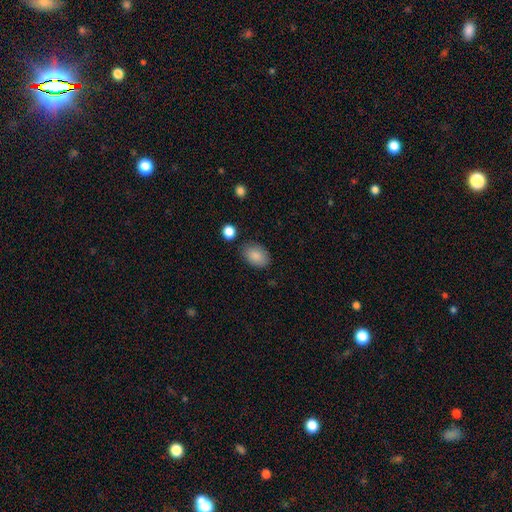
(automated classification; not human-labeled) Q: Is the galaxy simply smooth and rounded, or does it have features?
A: smooth — 87%.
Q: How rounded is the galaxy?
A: in between — 85%.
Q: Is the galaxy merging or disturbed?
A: none — 82%.